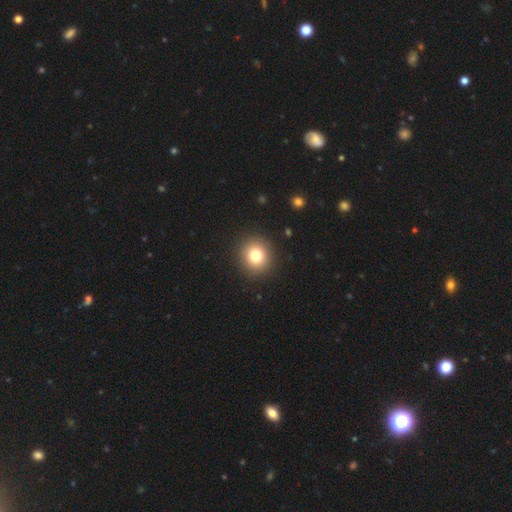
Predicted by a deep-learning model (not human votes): The model was most divided on "smooth or featured": smooth: 79%, star or artifact: 12%, featured or disk: 9%. More confident: merging — none (92%); how rounded — round (90%).